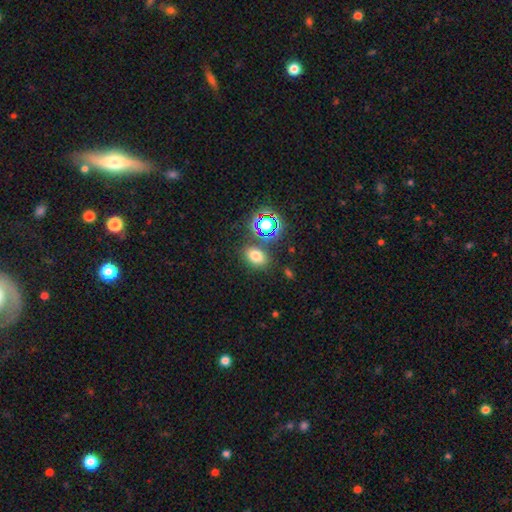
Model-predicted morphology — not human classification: This appears to be a smooth galaxy with no disk features (69%) that is in between round and cigar-shaped (73%). Merging: none (79%).